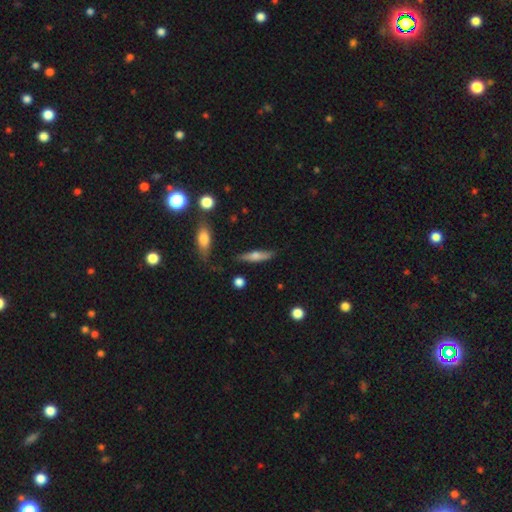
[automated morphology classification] smooth 53%, featured or disk 40%, star or artifact 7%. Down the decision tree: how rounded — cigar-shaped (76%); merging — none (80%).